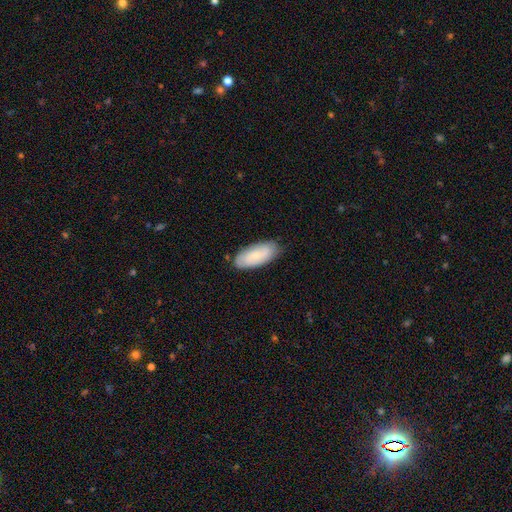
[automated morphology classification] type=smooth (65%); roundness=in between (85%); merging=none (81%).